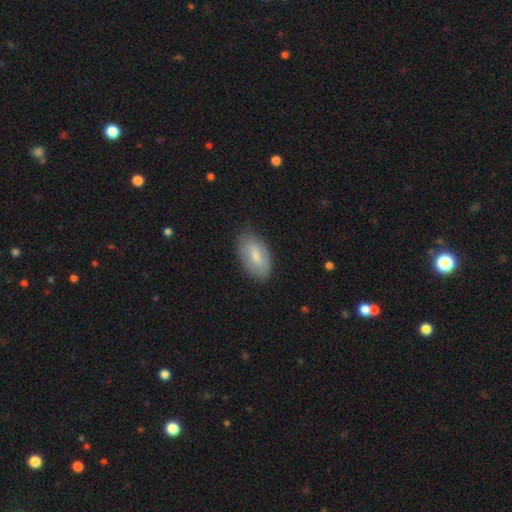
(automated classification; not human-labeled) Smooth or featured? smooth (73%)
How rounded? in between (93%)
Merging? none (79%)